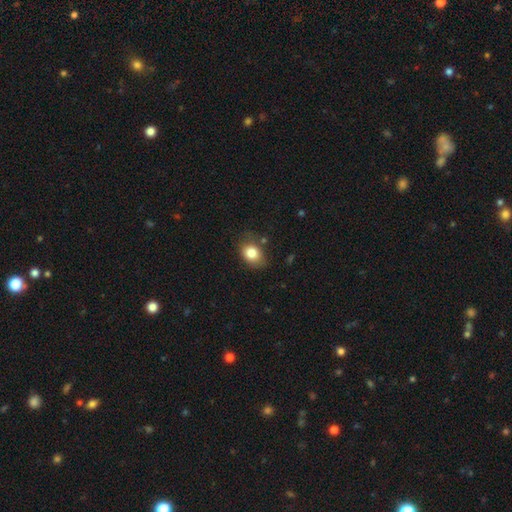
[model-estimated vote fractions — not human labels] smooth-or-featured: smooth: 81% | star or artifact: 11% | featured or disk: 9%
  how-rounded: in between: 59% | round: 40% | cigar-shaped: 1%
  merging: none: 76% | minor disturbance: 18% | major disturbance: 4% | merger: 2%